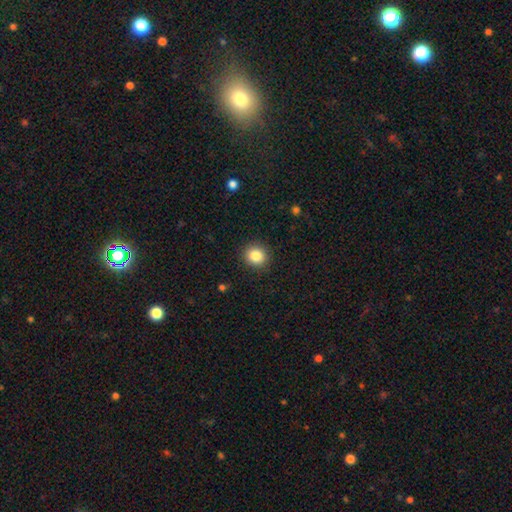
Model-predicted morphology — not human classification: smooth 85%, star or artifact 10%, featured or disk 5%. Down the decision tree: how rounded — round (87%); merging — none (91%).